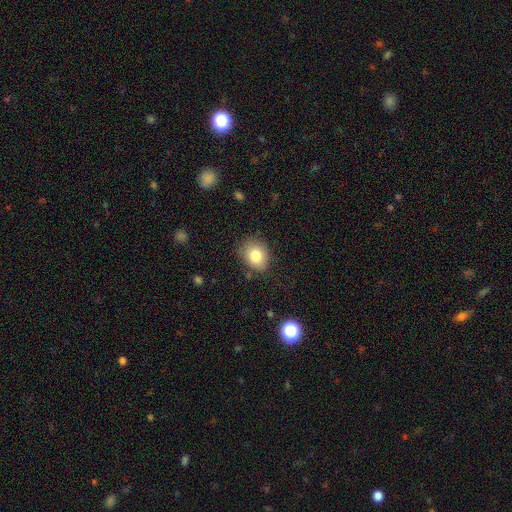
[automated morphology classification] Smooth or featured? Predicted: smooth (p=0.81). How rounded? Predicted: in between (p=0.51). Merging? Predicted: none (p=0.76).